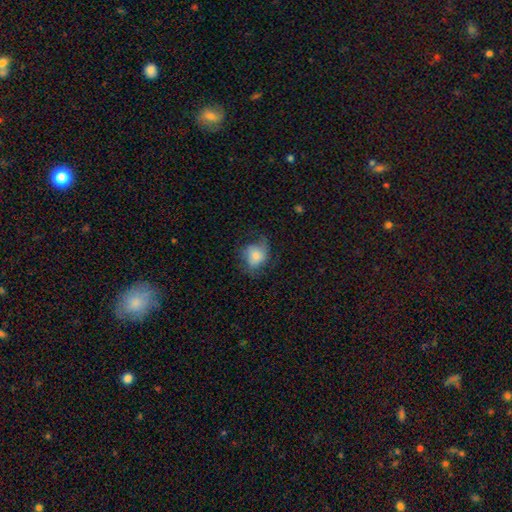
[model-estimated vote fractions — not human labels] smooth-or-featured: smooth: 66% | featured or disk: 25% | star or artifact: 9%
  how-rounded: round: 51% | in between: 48% | cigar-shaped: 1%
  merging: none: 51% | minor disturbance: 27% | major disturbance: 21% | merger: 1%